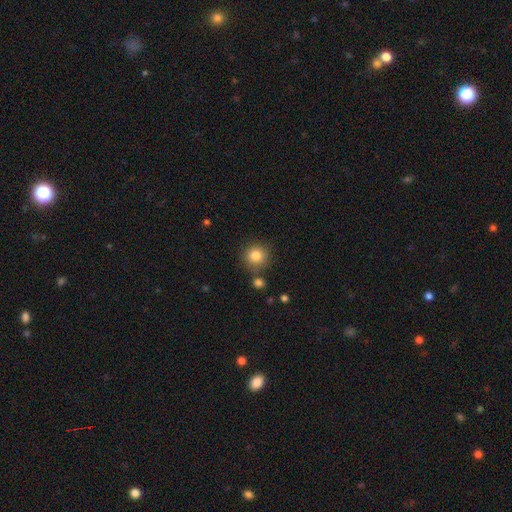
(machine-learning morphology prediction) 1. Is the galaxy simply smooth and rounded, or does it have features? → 83% smooth, 10% star or artifact, 6% featured or disk.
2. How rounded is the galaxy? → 92% round, 7% in between, 1% cigar-shaped.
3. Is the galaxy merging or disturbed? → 78% none, 10% minor disturbance, 9% merger, 3% major disturbance.